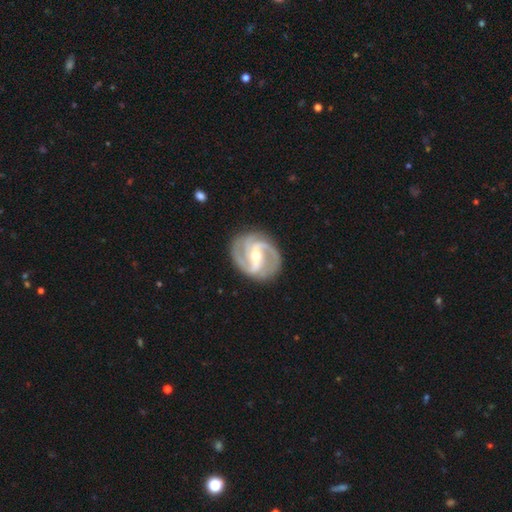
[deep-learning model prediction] A featured or disk galaxy (92%) with a strong bar (46%), 3 (49%) medium (53%) spiral arms (98%) and a moderate central bulge (53%). Merging: none (82%).